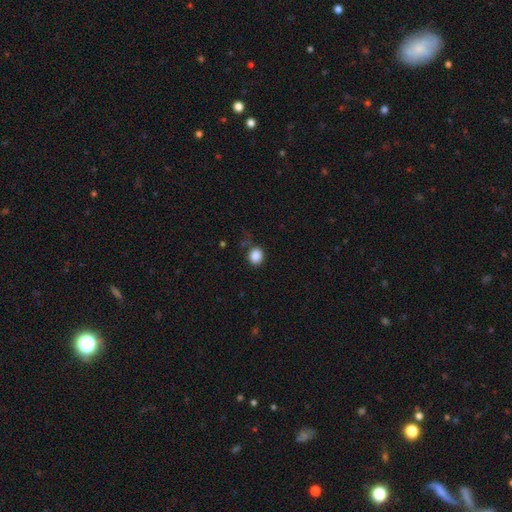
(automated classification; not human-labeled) Smooth or featured? Predicted: smooth (p=0.87). How rounded? Predicted: round (p=0.82). Merging? Predicted: none (p=0.78).